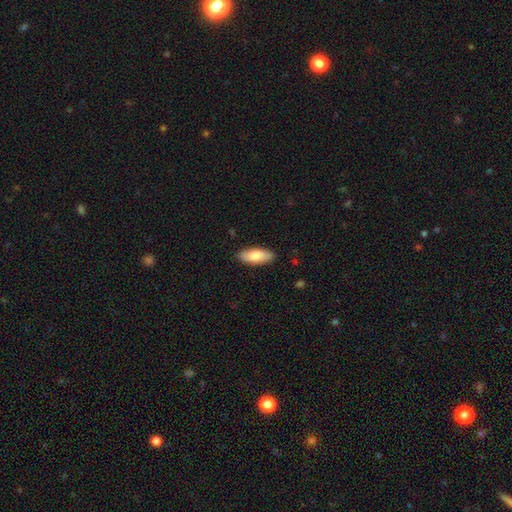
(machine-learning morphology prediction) Q: Smooth or featured?
A: smooth (81%); runner-up: featured or disk (14%)
Q: How rounded?
A: in between (77%); runner-up: cigar-shaped (21%)
Q: Merging?
A: none (88%); runner-up: minor disturbance (9%)